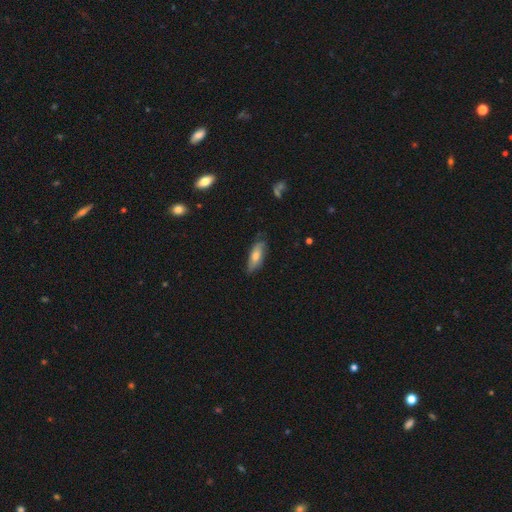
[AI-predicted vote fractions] smooth 64%, featured or disk 29%, star or artifact 7%. Down the decision tree: how rounded — in between (64%); merging — none (77%).